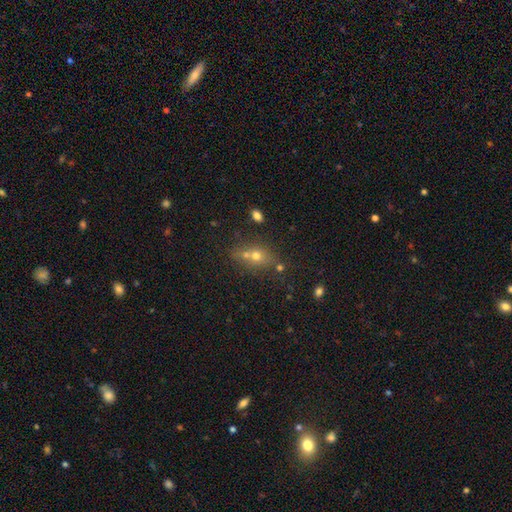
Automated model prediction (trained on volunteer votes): A smooth galaxy with no disk features (52%) that is round (55%). Merging: none (52%).